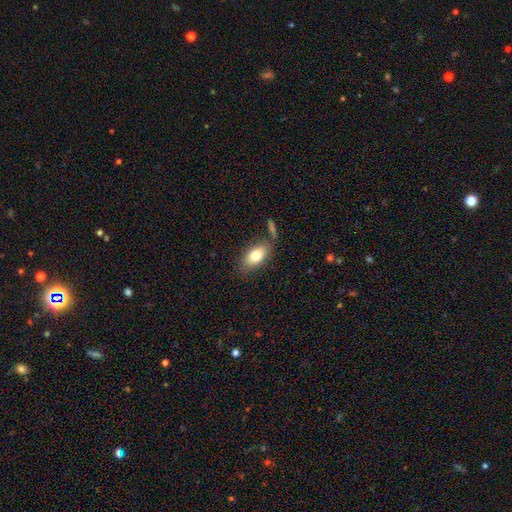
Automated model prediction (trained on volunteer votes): Smooth or featured: smooth — 78% (featured or disk — 15%)
How rounded: in between — 89% (round — 7%)
Merging: none — 71% (minor disturbance — 15%)